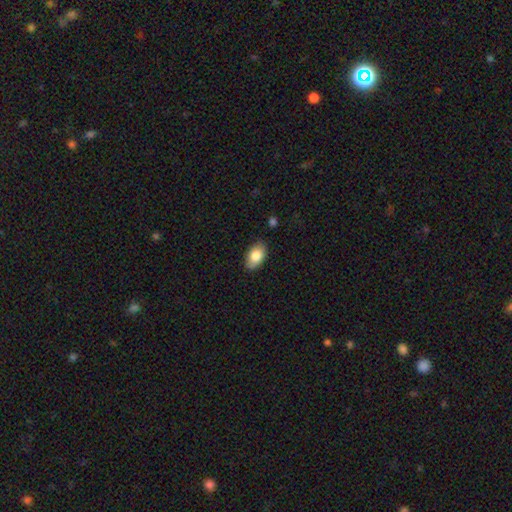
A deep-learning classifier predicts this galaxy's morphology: smooth 83%, featured or disk 11%, star or artifact 7%. Down the decision tree: how rounded — in between (92%); merging — none (84%).